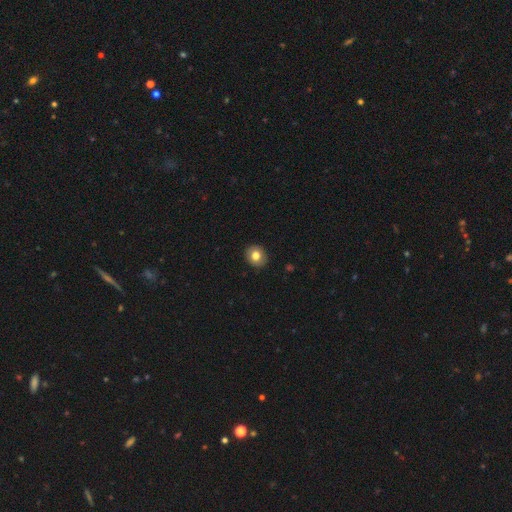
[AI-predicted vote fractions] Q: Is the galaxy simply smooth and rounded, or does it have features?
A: smooth — 78%.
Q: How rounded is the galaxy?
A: round — 75%.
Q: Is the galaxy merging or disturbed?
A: none — 90%.